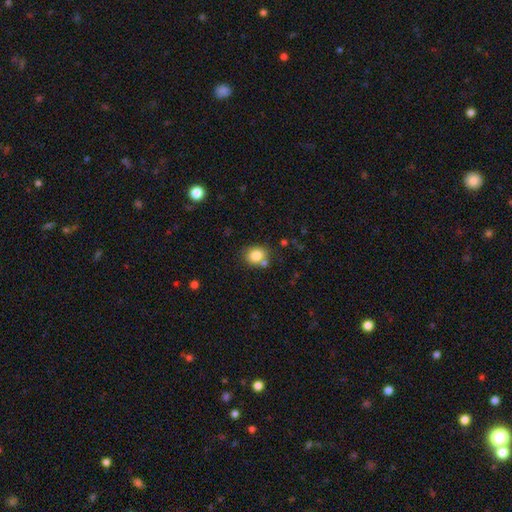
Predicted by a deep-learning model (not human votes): A smooth galaxy with no disk features (83%) that is round (66%). Merging: none (66%).